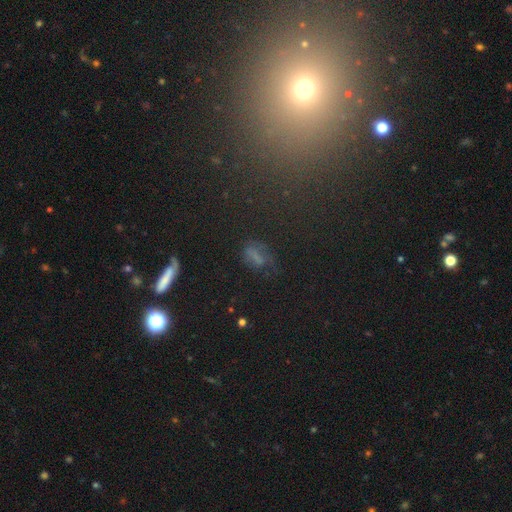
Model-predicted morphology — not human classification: type=smooth (44%); merging=none (48%).